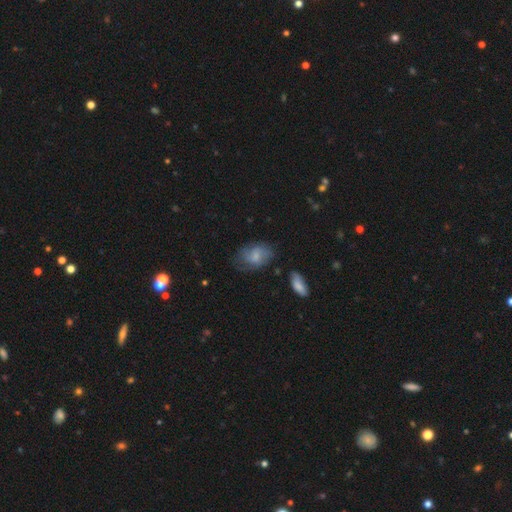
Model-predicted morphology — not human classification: smooth 57%, featured or disk 35%, star or artifact 8%. Down the decision tree: how rounded — in between (82%); merging — none (57%).